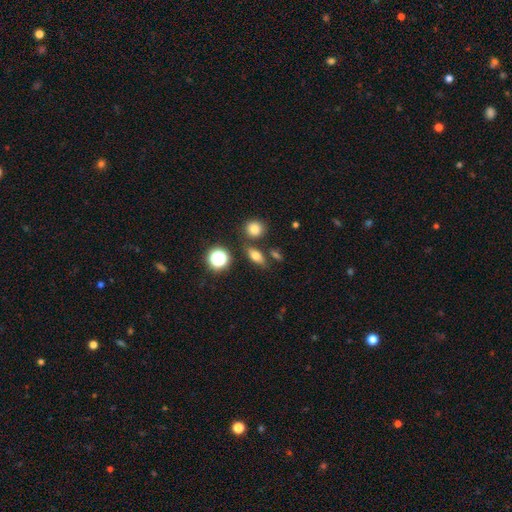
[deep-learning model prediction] smooth-or-featured: smooth: 66% | featured or disk: 19% | star or artifact: 15%
  how-rounded: in between: 68% | round: 17% | cigar-shaped: 15%
  merging: none: 77% | minor disturbance: 11% | merger: 8% | major disturbance: 3%